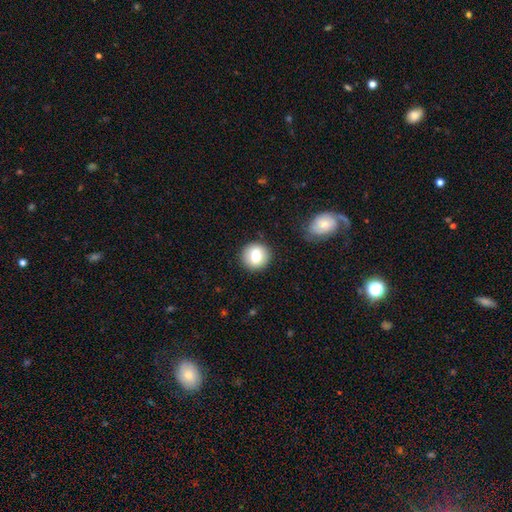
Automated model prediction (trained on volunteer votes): This appears to be a smooth galaxy with no disk features (77%) that is round (89%). Merging: none (88%).